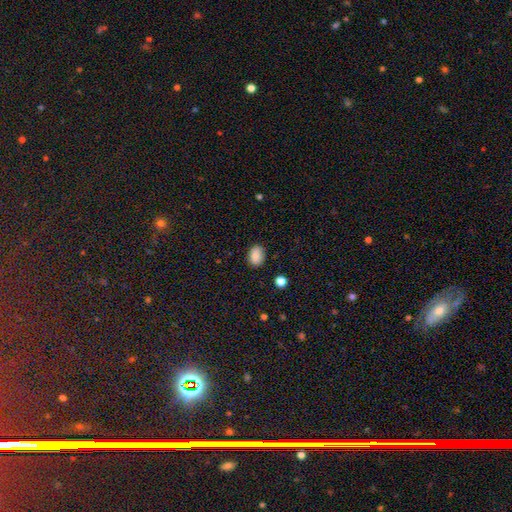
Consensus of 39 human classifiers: A smooth galaxy with no disk features (85%) that is in between round and cigar-shaped (85%).

Vote fractions:
- Smooth or featured? smooth: 85% / featured or disk: 10% / star or artifact: 5%
- How rounded? in between: 85% / round: 15% / cigar-shaped: 0%
- Merging? none: 84% / minor disturbance: 16% / major disturbance: 0% / merger: 0%